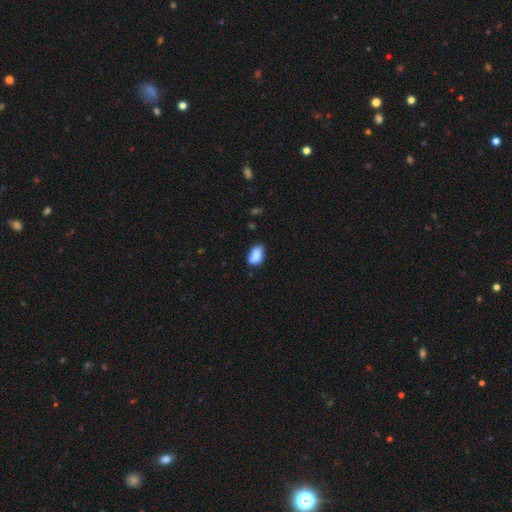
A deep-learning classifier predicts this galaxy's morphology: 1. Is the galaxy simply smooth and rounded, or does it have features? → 87% smooth, 7% star or artifact, 6% featured or disk.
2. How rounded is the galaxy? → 90% in between, 7% round, 2% cigar-shaped.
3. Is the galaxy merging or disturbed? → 68% none, 26% minor disturbance, 4% major disturbance, 2% merger.